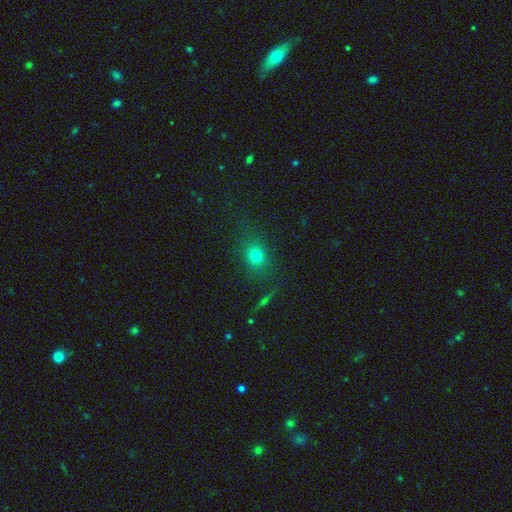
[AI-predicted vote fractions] Smooth or featured: smooth — 74% (star or artifact — 17%)
How rounded: round — 68% (in between — 30%)
Merging: none — 81% (minor disturbance — 12%)